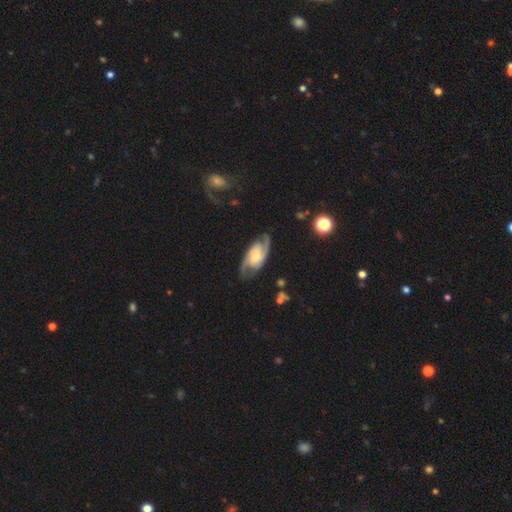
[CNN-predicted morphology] Smooth or featured? Predicted: featured or disk (p=0.86). Edge-on disk? Predicted: no (p=0.95). Bar? Predicted: no (p=0.56). Spiral arms? Predicted: yes (p=0.97). Spiral winding? Predicted: medium (p=0.50). Spiral arm count? Predicted: 2 (p=0.88). Bulge size? Predicted: small (p=0.39). Merging? Predicted: none (p=0.76).